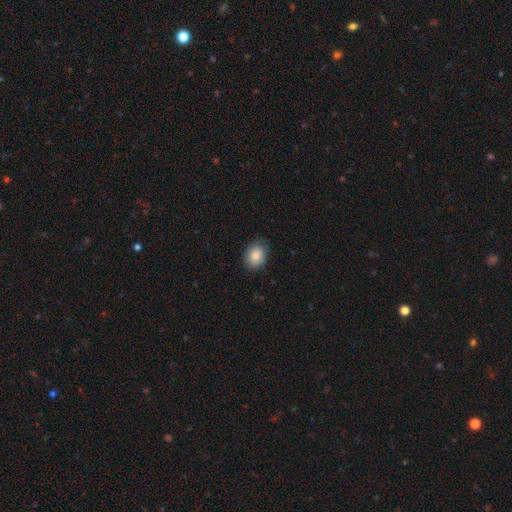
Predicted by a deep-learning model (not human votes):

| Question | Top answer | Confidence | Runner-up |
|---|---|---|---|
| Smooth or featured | smooth | 87% | star or artifact (8%) |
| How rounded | in between | 61% | round (38%) |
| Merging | none | 84% | minor disturbance (12%) |